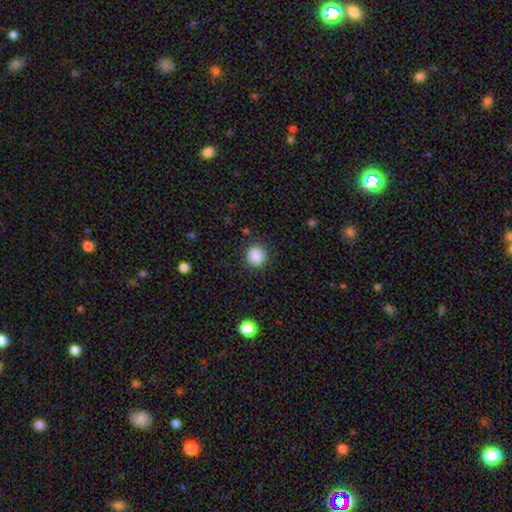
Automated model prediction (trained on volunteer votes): Smooth or featured? Predicted: smooth (p=0.88). How rounded? Predicted: round (p=0.91). Merging? Predicted: none (p=0.88).